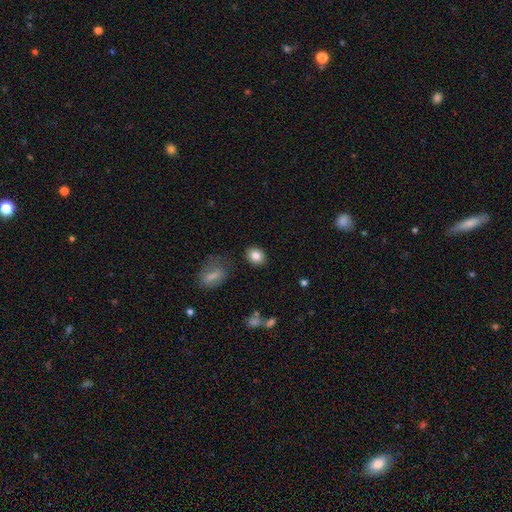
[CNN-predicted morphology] smooth-or-featured: smooth: 83% | star or artifact: 9% | featured or disk: 8%
  how-rounded: in between: 49% (tied) | round: 49% (tied) | cigar-shaped: 1%
  merging: none: 85% | minor disturbance: 10% | major disturbance: 3% | merger: 2%